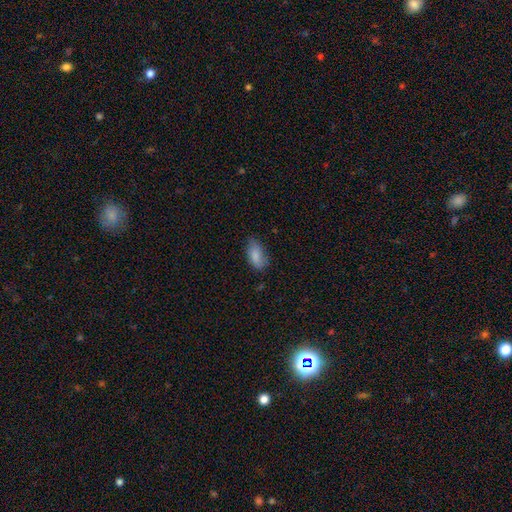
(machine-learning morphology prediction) Smooth or featured? smooth (84%)
How rounded? in between (91%)
Merging? none (65%)